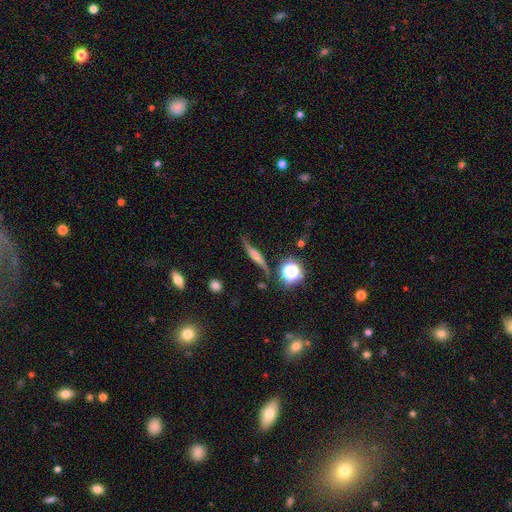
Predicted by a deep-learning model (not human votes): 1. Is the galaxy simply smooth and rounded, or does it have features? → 53% featured or disk, 34% smooth, 13% star or artifact.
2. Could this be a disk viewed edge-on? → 61% yes, 39% no.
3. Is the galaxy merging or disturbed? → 66% none, 21% minor disturbance, 9% major disturbance, 4% merger.